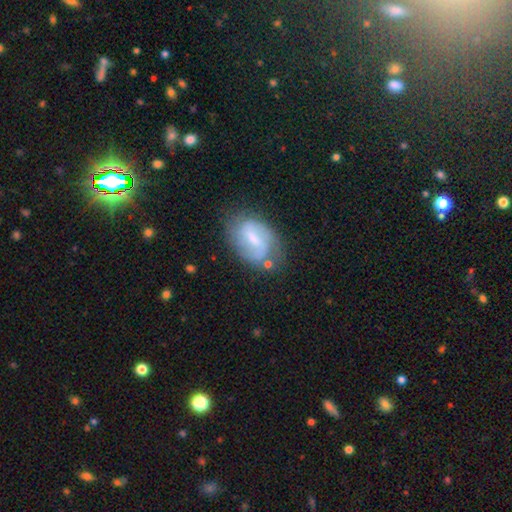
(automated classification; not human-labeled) Smooth or featured? featured or disk (68%)
Edge-on disk? no (97%)
Bar? weak (57%)
Spiral arms? yes (85%)
Spiral winding? medium (43%)
Spiral arm count? 2 (75%)
Bulge size? small (53%)
Merging? none (64%)